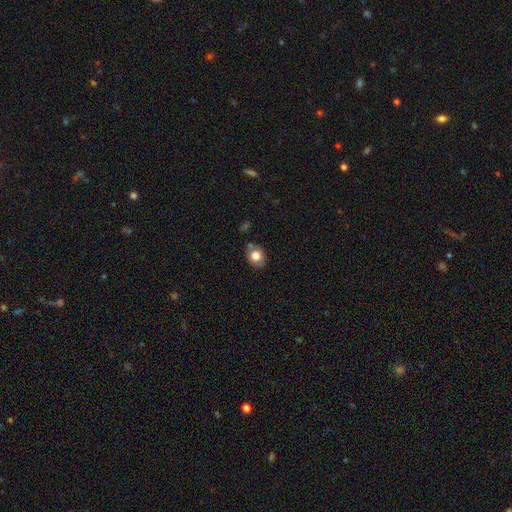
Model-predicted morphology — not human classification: smooth_or_featured: smooth (p=0.78) [alt: featured or disk p=0.12]
how_rounded: round (p=0.54) [alt: in between p=0.45]
merging: none (p=0.76) [alt: minor disturbance p=0.15]